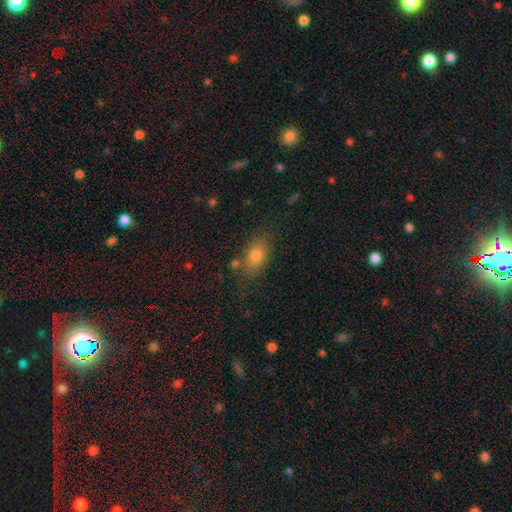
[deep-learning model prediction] smooth_or_featured: smooth (p=0.75) [alt: star or artifact p=0.13]
how_rounded: in between (p=0.79) [alt: round p=0.17]
merging: none (p=0.74) [alt: minor disturbance p=0.15]